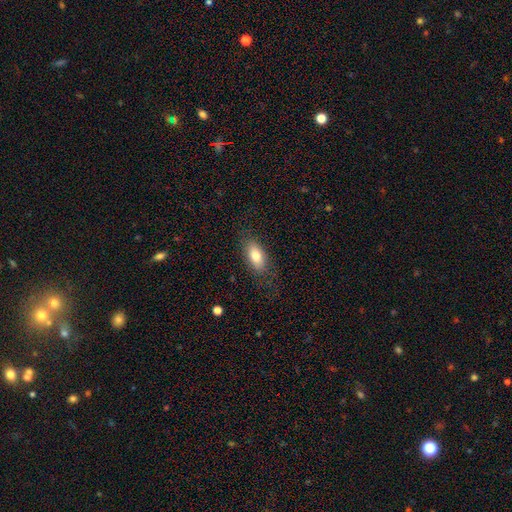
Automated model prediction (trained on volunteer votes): Smooth or featured? smooth (78%)
How rounded? in between (88%)
Merging? none (81%)